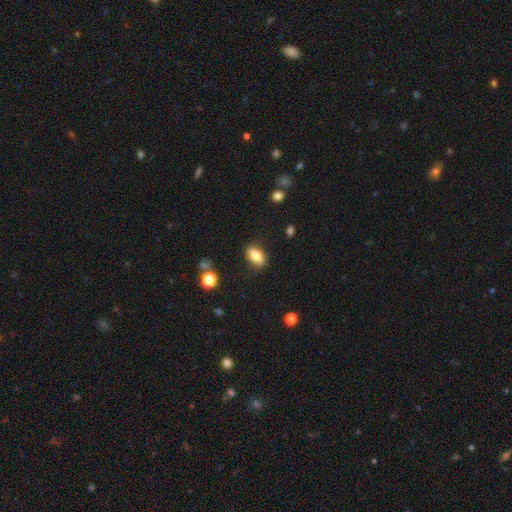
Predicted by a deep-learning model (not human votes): smooth_or_featured: smooth (p=0.78) [alt: featured or disk p=0.14]
how_rounded: in between (p=0.85) [alt: round p=0.09]
merging: none (p=0.82) [alt: minor disturbance p=0.13]